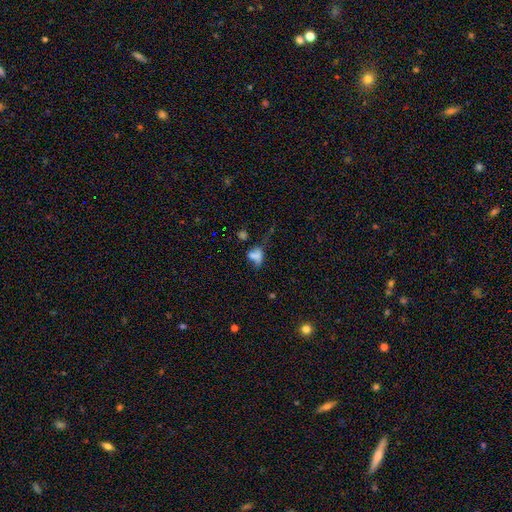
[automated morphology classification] Smooth or featured?
  - smooth: 62% *
  - featured or disk: 20%
  - star or artifact: 18%
How rounded?
  - in between: 72% *
  - round: 23%
  - cigar-shaped: 5%
Merging?
  - major disturbance: 33% *
  - none: 25%
  - minor disturbance: 23%
  - merger: 19%